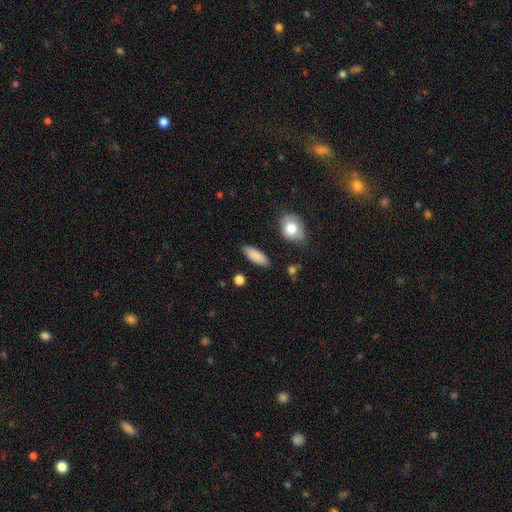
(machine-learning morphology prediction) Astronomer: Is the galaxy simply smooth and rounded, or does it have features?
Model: smooth — 86%.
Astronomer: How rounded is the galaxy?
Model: in between — 65%.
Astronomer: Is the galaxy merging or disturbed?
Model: none — 86%.